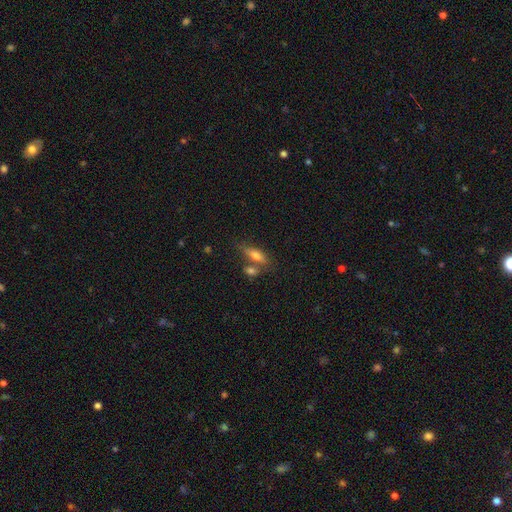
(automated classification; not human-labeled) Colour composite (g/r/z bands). It shows a smooth galaxy with no disk features (69%) that is in between round and cigar-shaped (57%). Merging: none (54%).